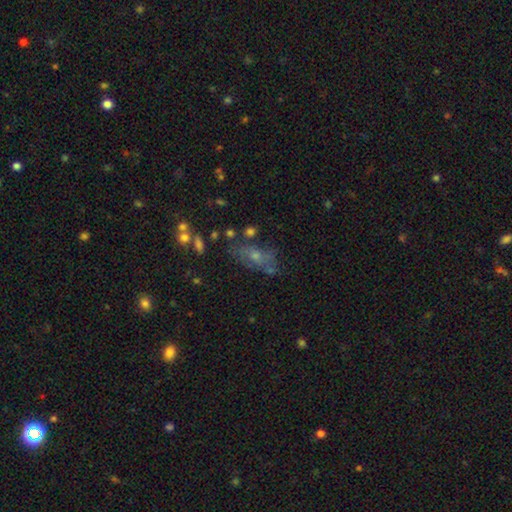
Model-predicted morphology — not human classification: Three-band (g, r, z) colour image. It shows a smooth galaxy with no disk features (46%). Merging: none (52%).